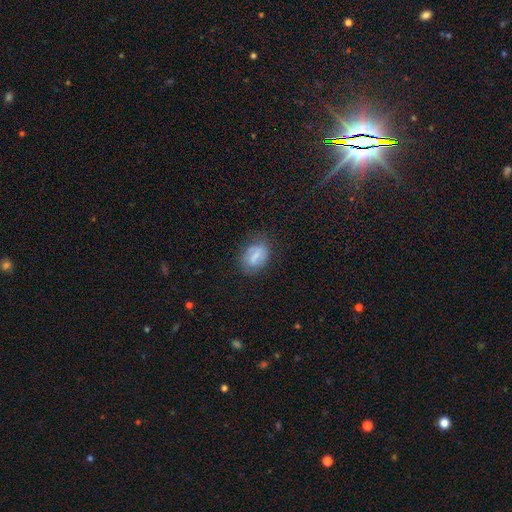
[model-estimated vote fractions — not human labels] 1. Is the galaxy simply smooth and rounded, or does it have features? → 60% smooth, 30% featured or disk, 10% star or artifact.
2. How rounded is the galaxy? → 78% in between, 18% round, 3% cigar-shaped.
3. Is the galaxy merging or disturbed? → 68% none, 22% minor disturbance, 8% major disturbance, 2% merger.